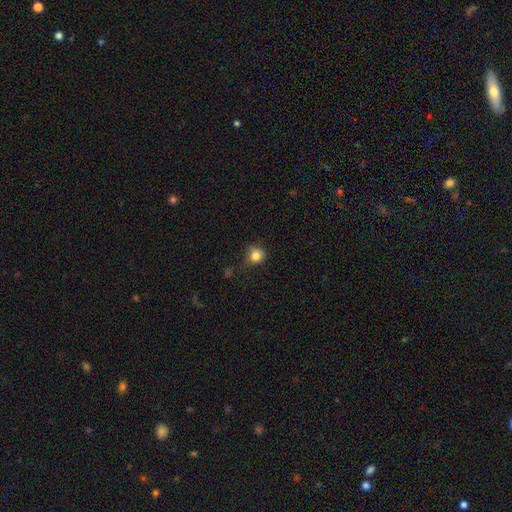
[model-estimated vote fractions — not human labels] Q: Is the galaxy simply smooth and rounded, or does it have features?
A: smooth — 82%.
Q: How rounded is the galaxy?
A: round — 84%.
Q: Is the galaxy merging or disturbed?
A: none — 65%.